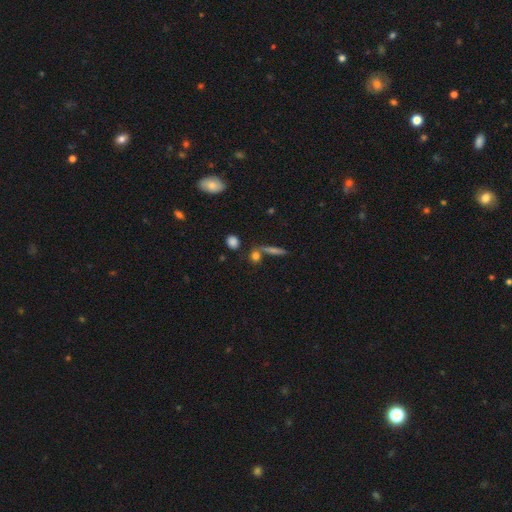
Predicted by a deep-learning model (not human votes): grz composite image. It shows a smooth galaxy with no disk features (74%) that is round (61%). Merging: none (68%).